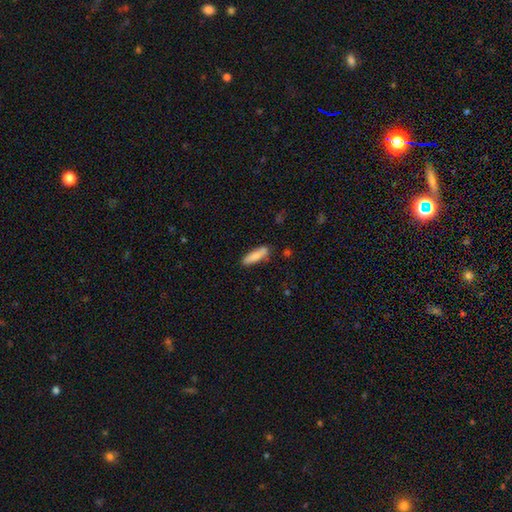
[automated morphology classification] A smooth galaxy with no disk features (83%) that is cigar-shaped (66%).

Vote fractions:
- Smooth or featured? smooth: 83% / featured or disk: 11% / star or artifact: 6%
- How rounded? cigar-shaped: 66% / in between: 32% / round: 2%
- Merging? none: 83% / minor disturbance: 12% / major disturbance: 2% / merger: 2%